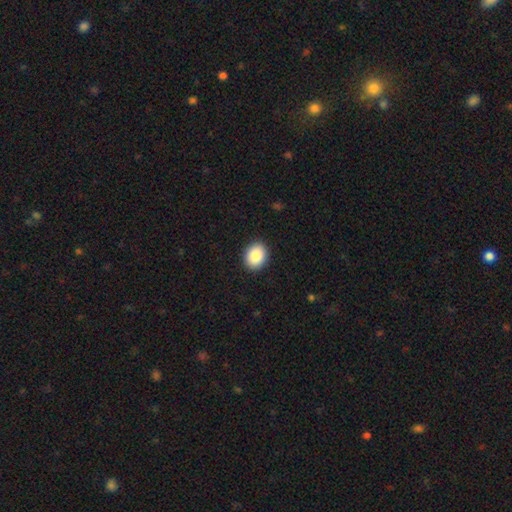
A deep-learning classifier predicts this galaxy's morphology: This appears to be a smooth galaxy with no disk features (87%) that is round (54%). Merging: none (91%).